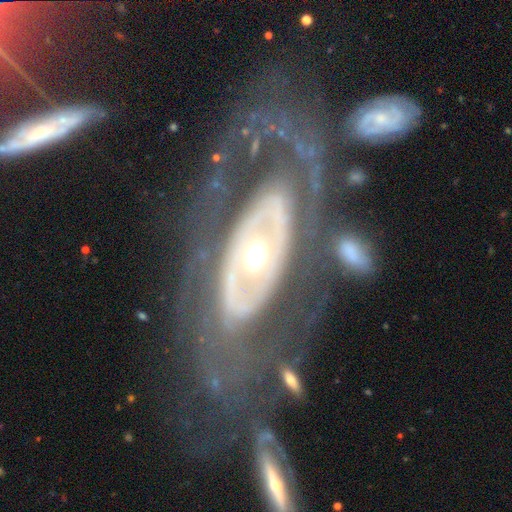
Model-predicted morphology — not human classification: Smooth or featured: featured or disk — 83% (smooth — 12%)
Edge-on disk: no — 91% (yes — 9%)
Bar: no — 73% (weak — 15%)
Spiral arms: yes — 54% (no — 46%)
Bulge size: moderate — 67% (small — 17%)
Merging: none — 60% (major disturbance — 20%)